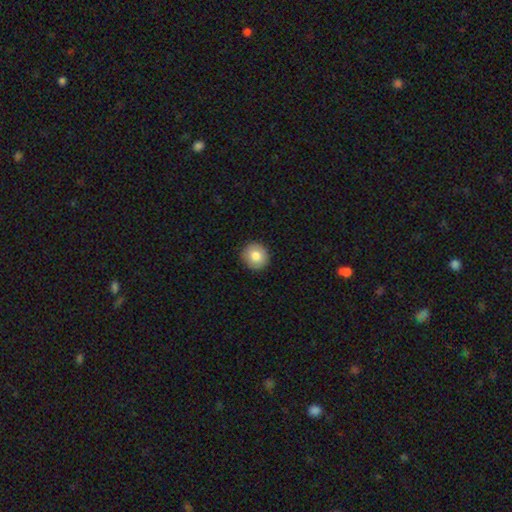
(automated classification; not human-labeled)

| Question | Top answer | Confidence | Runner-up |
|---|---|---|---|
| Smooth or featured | smooth | 81% | featured or disk (11%) |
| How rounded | round | 90% | in between (9%) |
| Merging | none | 91% | minor disturbance (7%) |